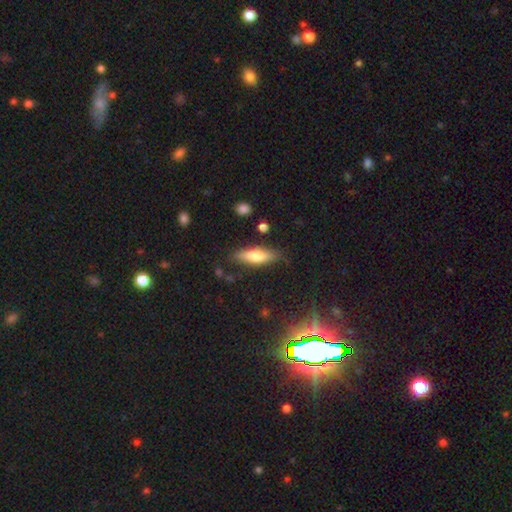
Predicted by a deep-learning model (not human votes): Smooth or featured: smooth — 65% (featured or disk — 29%)
How rounded: cigar-shaped — 55% (in between — 43%)
Merging: none — 81% (minor disturbance — 13%)